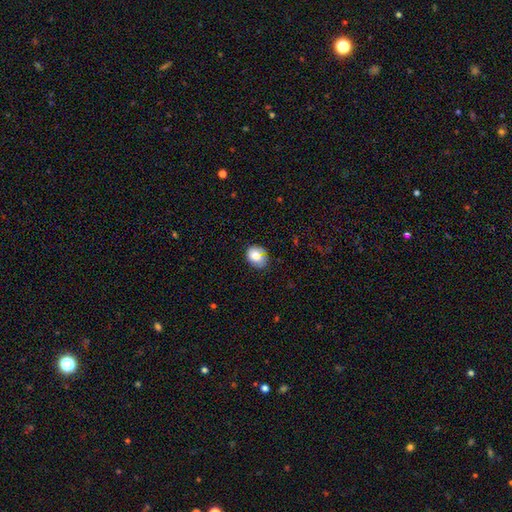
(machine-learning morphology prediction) A smooth galaxy with no disk features (80%) that is round (50%). Merging: none (68%).